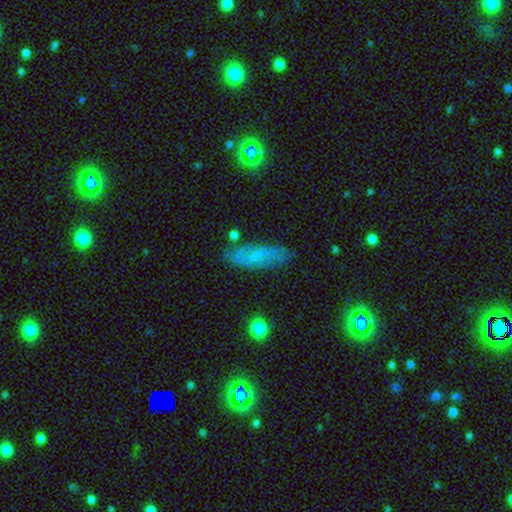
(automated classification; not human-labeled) Smooth or featured? Predicted: smooth (p=0.50). Merging? Predicted: none (p=0.76).